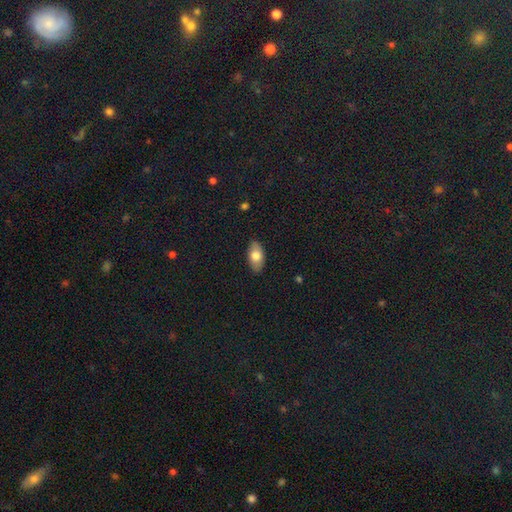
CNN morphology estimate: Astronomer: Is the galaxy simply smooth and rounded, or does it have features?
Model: smooth — 76%.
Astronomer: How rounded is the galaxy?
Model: in between — 92%.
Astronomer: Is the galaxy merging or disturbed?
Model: none — 87%.